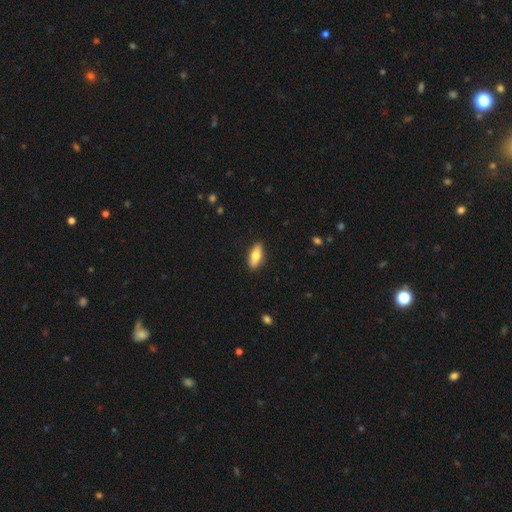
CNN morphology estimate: The model was most divided on "how rounded": in between: 65%, cigar-shaped: 32%, round: 3%. More confident: merging — none (87%); smooth or featured — smooth (65%).